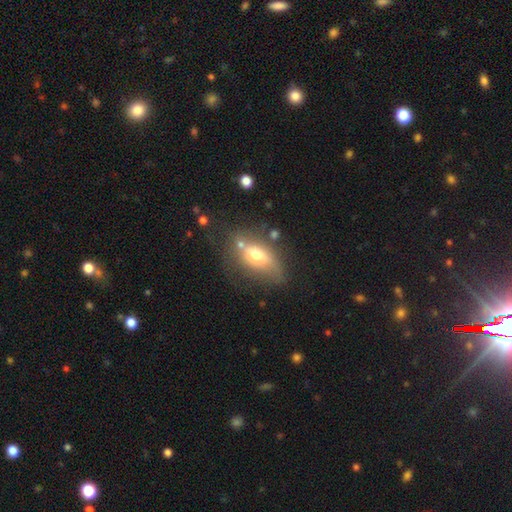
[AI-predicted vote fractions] A smooth galaxy with no disk features (58%) that is in between round and cigar-shaped (81%). Merging: none (51%).